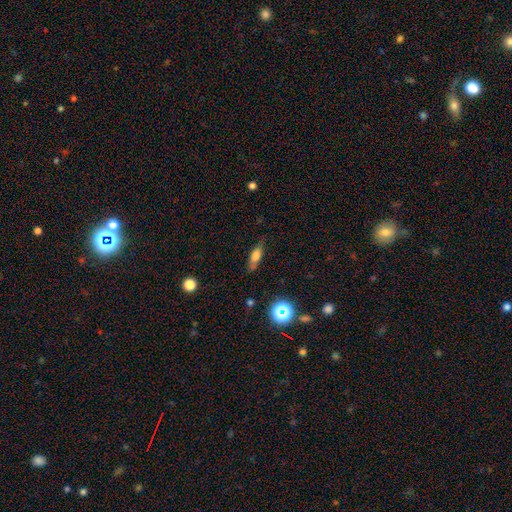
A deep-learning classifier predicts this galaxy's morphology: A smooth galaxy with no disk features (61%) that is in between round and cigar-shaped (49%).

Vote fractions:
- Smooth or featured? smooth: 61% / featured or disk: 28% / star or artifact: 11%
- How rounded? in between: 49% / cigar-shaped: 45% / round: 6%
- Merging? none: 77% / minor disturbance: 17% / major disturbance: 4% / merger: 2%